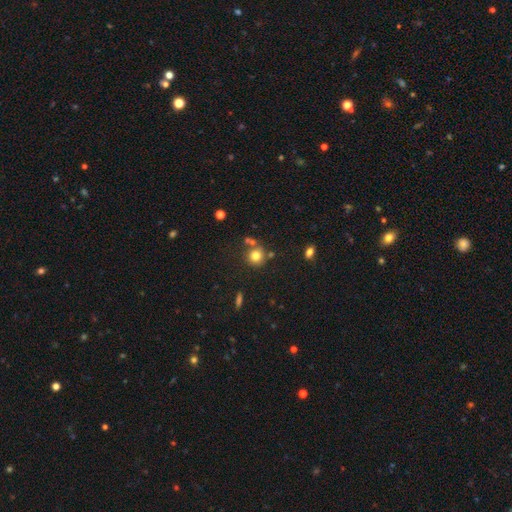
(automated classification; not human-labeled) A smooth galaxy with no disk features (78%) that is round (89%). Merging: none (70%).